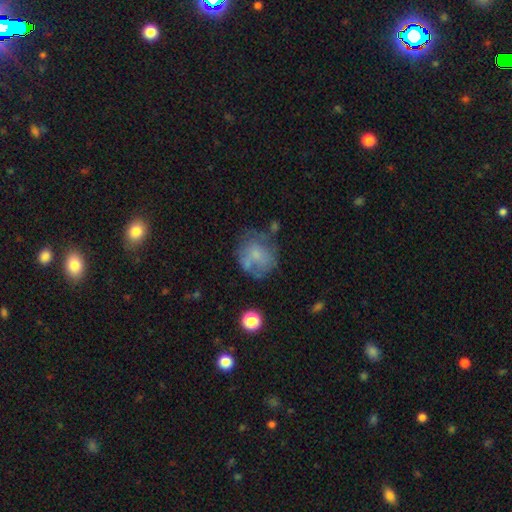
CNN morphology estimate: This is possibly a smooth galaxy (55%). How rounded: likely round (73%). Merging: possibly none (48%).